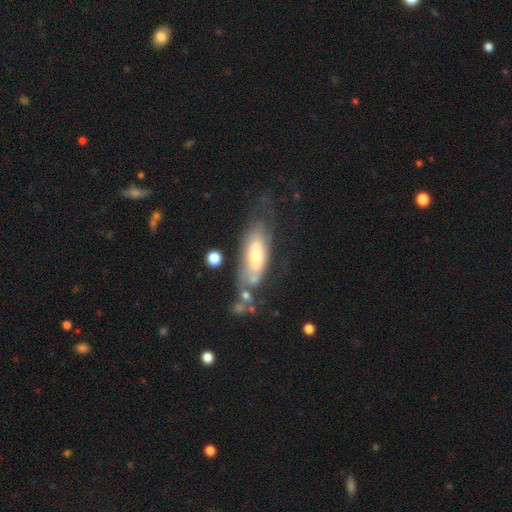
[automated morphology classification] Smooth or featured: smooth — 47% (tied with featured or disk — 47%)
Merging: none — 45% (minor disturbance — 25%)